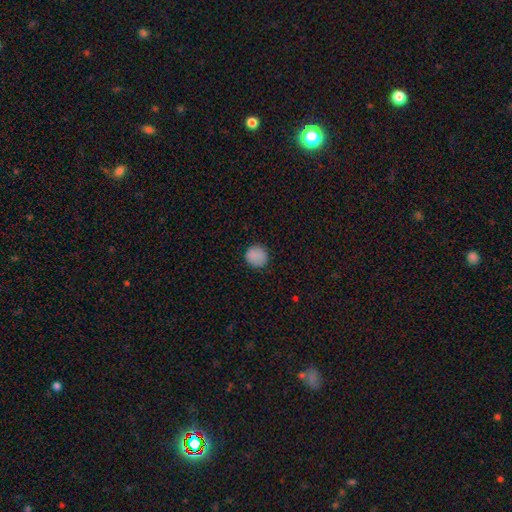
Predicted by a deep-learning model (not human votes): Smooth or featured? smooth (87%)
How rounded? round (91%)
Merging? none (87%)